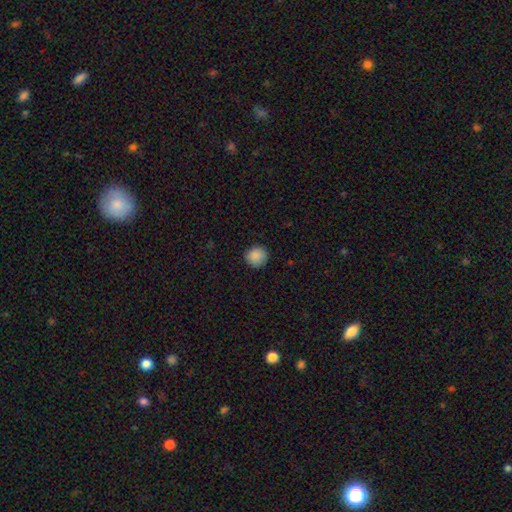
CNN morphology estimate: smooth_or_featured: smooth (p=0.88) [alt: star or artifact p=0.09]
how_rounded: round (p=0.93) [alt: in between p=0.06]
merging: none (p=0.89) [alt: minor disturbance p=0.08]